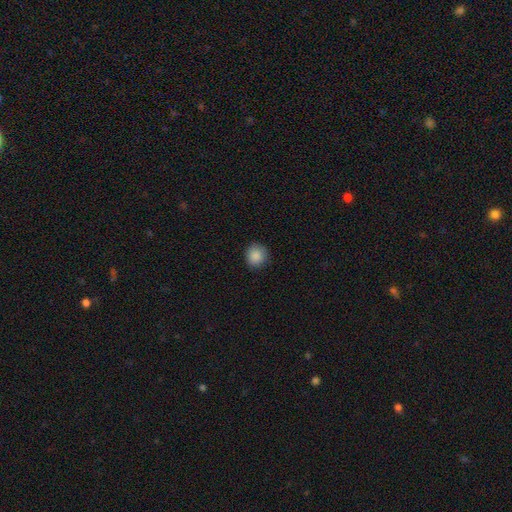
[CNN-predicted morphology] This is clearly a smooth galaxy (88%). How rounded: clearly round (89%). Merging: clearly none (89%).